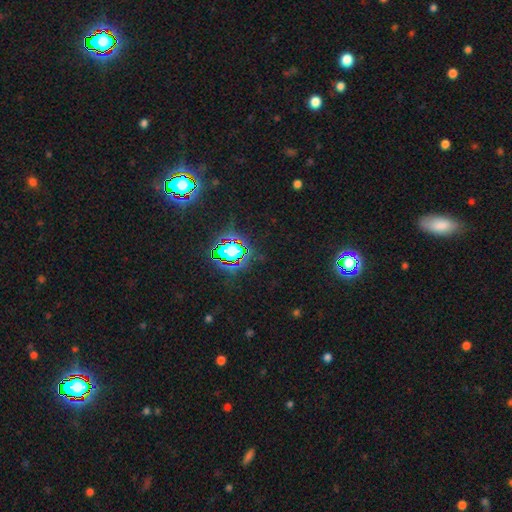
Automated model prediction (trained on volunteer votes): star or artifact 82%, smooth 11%, featured or disk 7%.